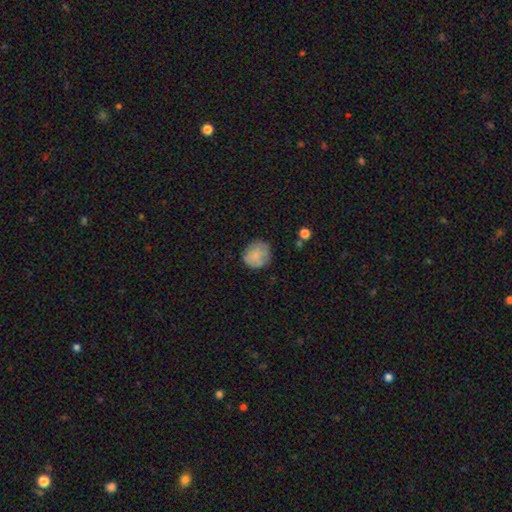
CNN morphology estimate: type=smooth (77%); roundness=round (83%); merging=none (74%).